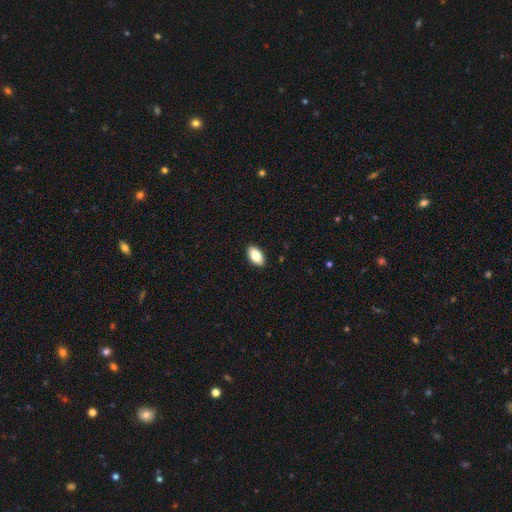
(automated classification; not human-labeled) smooth-or-featured: smooth: 79% | featured or disk: 13% | star or artifact: 7%
  how-rounded: in between: 93% | round: 4% | cigar-shaped: 4%
  merging: none: 90% | minor disturbance: 8% | major disturbance: 2% | merger: 1%